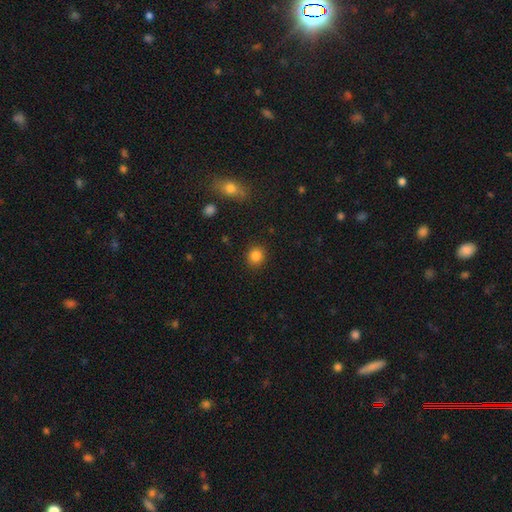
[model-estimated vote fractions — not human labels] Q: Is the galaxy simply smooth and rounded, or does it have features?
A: smooth — 85%.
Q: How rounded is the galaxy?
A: round — 86%.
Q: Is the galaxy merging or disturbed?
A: none — 91%.